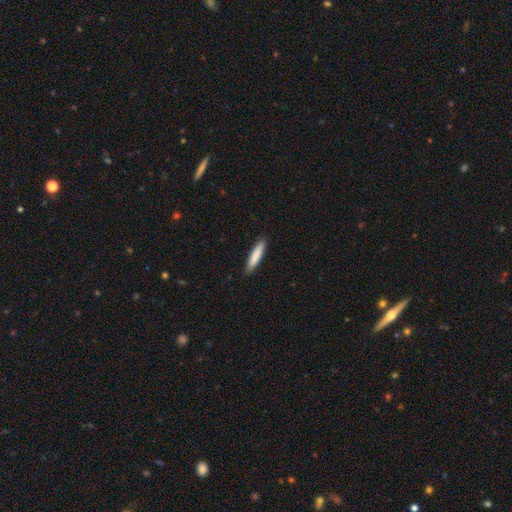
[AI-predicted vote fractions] smooth 84%, featured or disk 11%, star or artifact 5%. Down the decision tree: how rounded — cigar-shaped (87%); merging — none (89%).